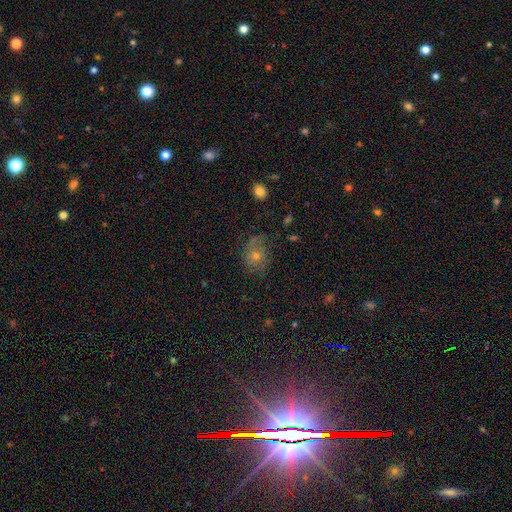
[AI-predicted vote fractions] A smooth galaxy with no disk features (42%). Merging: none (63%).